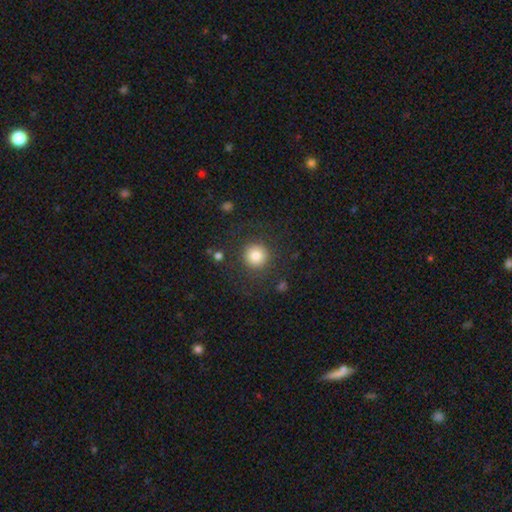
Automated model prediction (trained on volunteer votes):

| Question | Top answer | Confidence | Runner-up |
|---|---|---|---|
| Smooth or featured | smooth | 82% | star or artifact (10%) |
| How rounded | round | 94% | in between (5%) |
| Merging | none | 85% | minor disturbance (8%) |